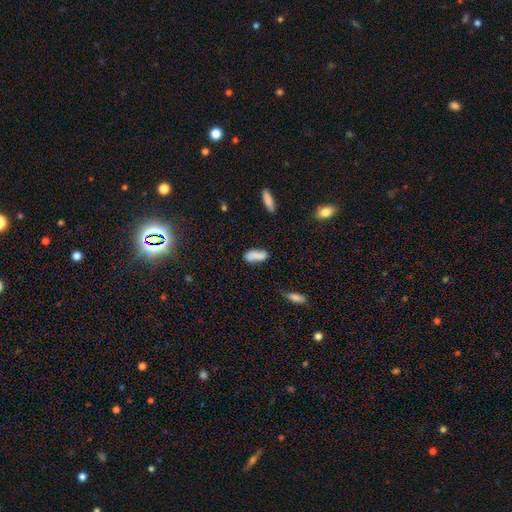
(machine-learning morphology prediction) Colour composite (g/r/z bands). It shows a smooth galaxy with no disk features (74%) that is in between round and cigar-shaped (75%). Merging: none (60%).